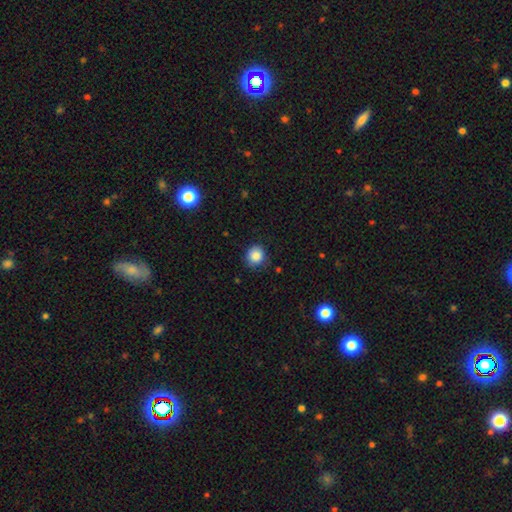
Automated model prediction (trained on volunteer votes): Q: Smooth or featured?
A: smooth (86%); runner-up: star or artifact (10%)
Q: How rounded?
A: round (88%); runner-up: in between (11%)
Q: Merging?
A: none (82%); runner-up: minor disturbance (14%)